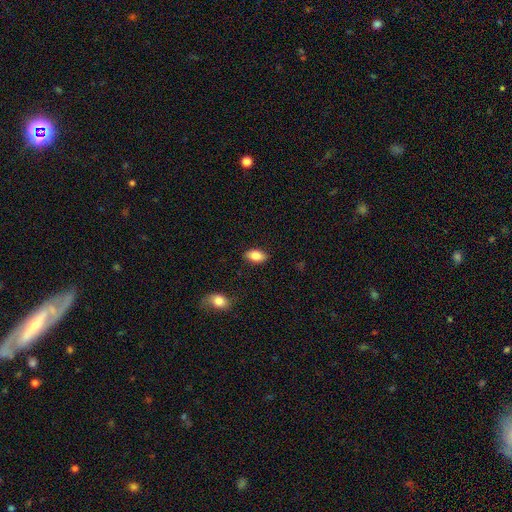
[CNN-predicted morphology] smooth 83%, featured or disk 9%, star or artifact 7%. Down the decision tree: how rounded — in between (90%); merging — none (85%).